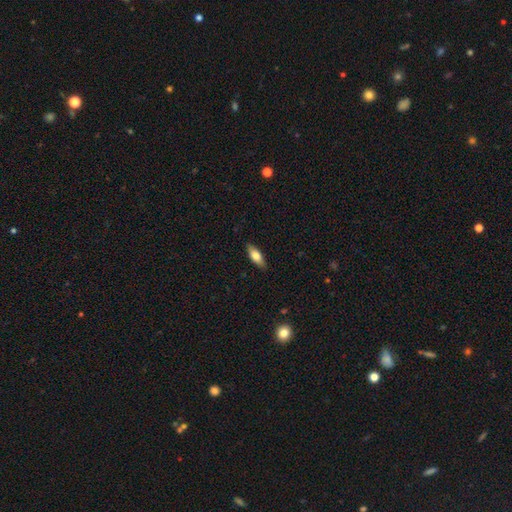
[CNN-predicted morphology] The model was most divided on "how rounded": in between: 68%, cigar-shaped: 29%, round: 3%. More confident: merging — none (87%); smooth or featured — smooth (70%).